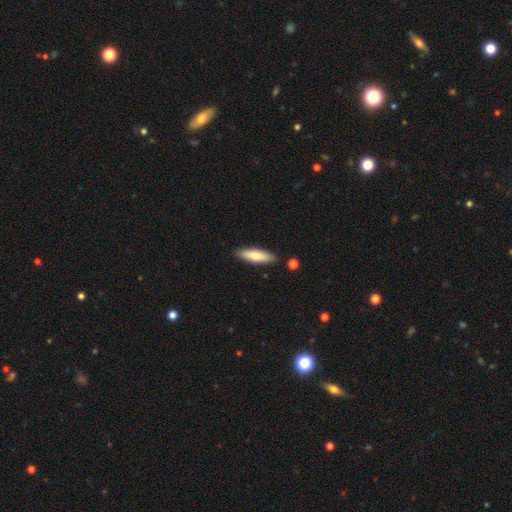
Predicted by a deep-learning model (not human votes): The model was most divided on "how rounded": cigar-shaped: 58%, in between: 40%, round: 2%. More confident: merging — none (87%); smooth or featured — smooth (70%).